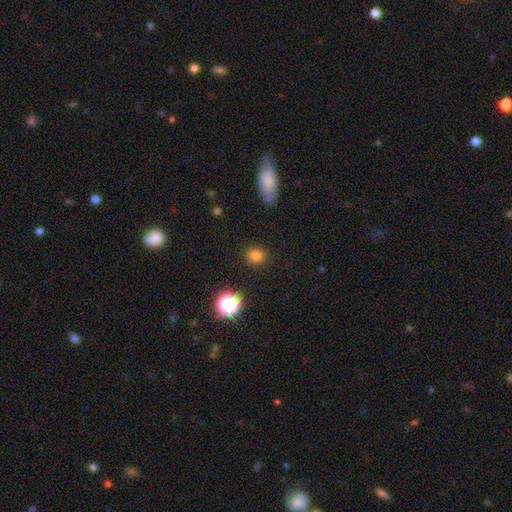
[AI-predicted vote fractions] Overall: smooth (80%). How rounded: round (87%). Merging: none (88%).